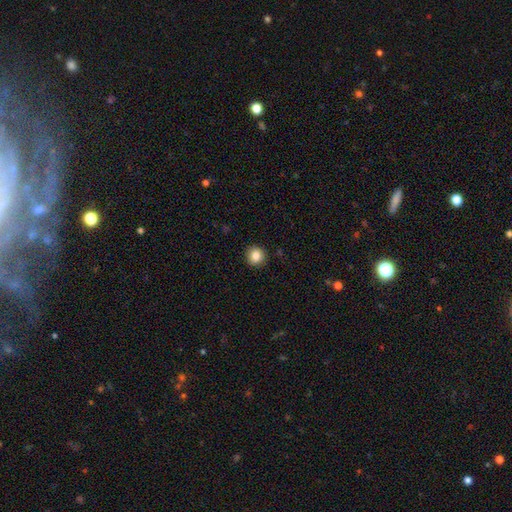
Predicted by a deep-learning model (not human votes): Smooth or featured? smooth (85%)
How rounded? round (93%)
Merging? none (92%)